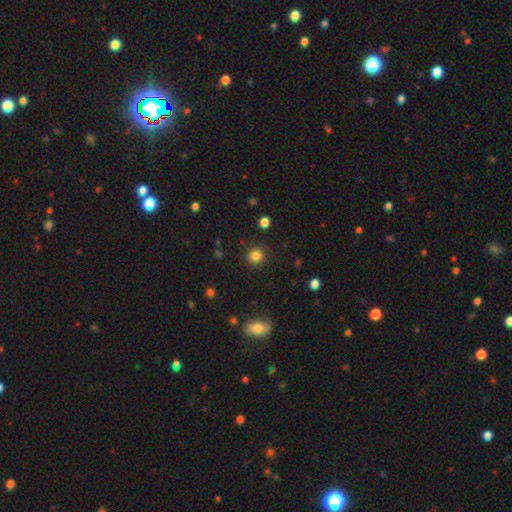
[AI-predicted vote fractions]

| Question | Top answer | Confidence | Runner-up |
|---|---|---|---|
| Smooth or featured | smooth | 84% | star or artifact (12%) |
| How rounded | round | 89% | in between (10%) |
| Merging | none | 90% | minor disturbance (6%) |